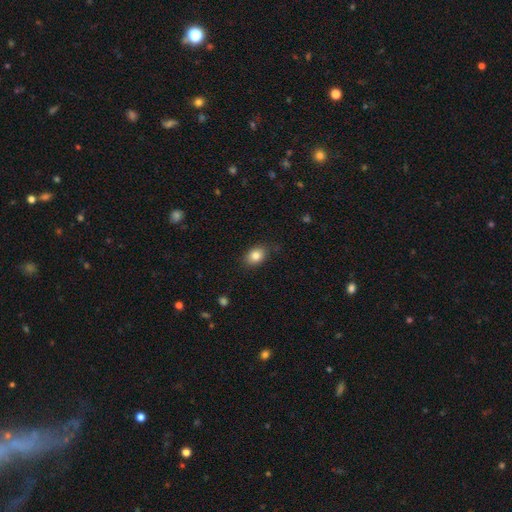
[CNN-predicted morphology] Smooth or featured? smooth (84%)
How rounded? in between (76%)
Merging? none (82%)